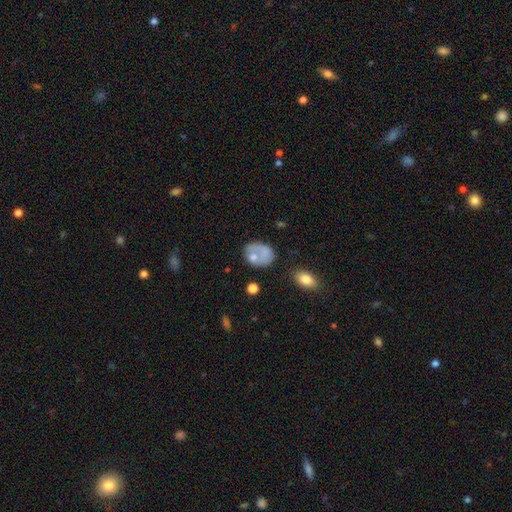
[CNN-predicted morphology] smooth 63%, featured or disk 28%, star or artifact 9%. Down the decision tree: how rounded — in between (52%); merging — none (41%).